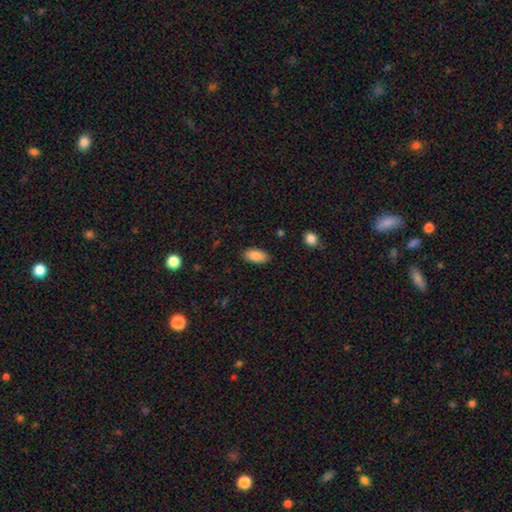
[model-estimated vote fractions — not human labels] Smooth or featured?
  - smooth: 88% *
  - star or artifact: 7%
  - featured or disk: 5%
How rounded?
  - in between: 92% *
  - cigar-shaped: 5%
  - round: 2%
Merging?
  - none: 87% *
  - minor disturbance: 10%
  - major disturbance: 2%
  - merger: 1%